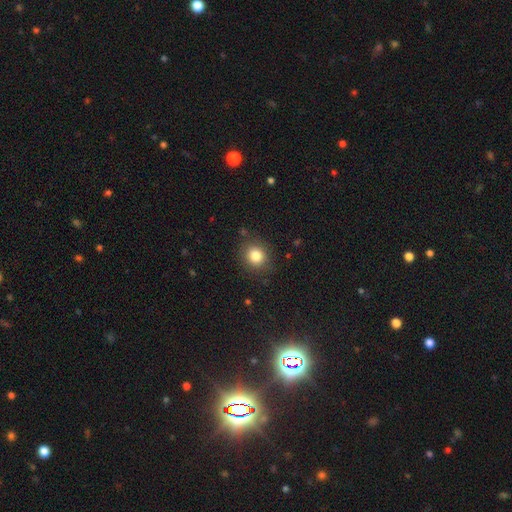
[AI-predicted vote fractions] The model was most divided on "how rounded": round: 80%, in between: 19%, cigar-shaped: 1%. More confident: merging — none (85%); smooth or featured — smooth (82%).